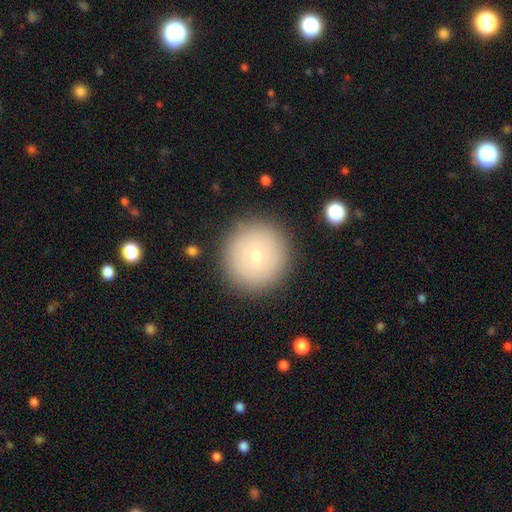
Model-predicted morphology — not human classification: This appears to be a smooth galaxy with no disk features (68%) that is round (95%). Merging: none (89%).